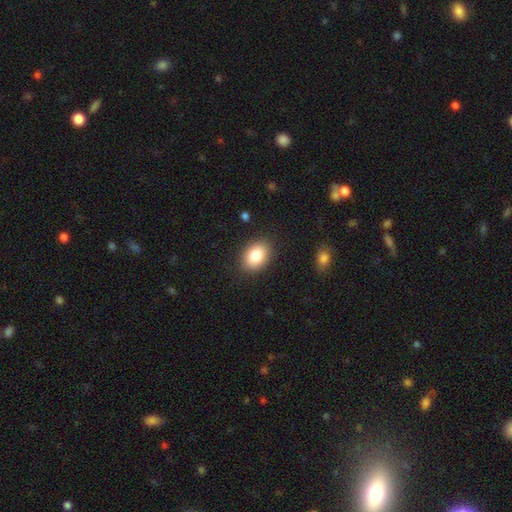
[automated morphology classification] The model was most divided on "how rounded": in between: 78%, round: 21%, cigar-shaped: 1%. More confident: merging — none (87%); smooth or featured — smooth (85%).